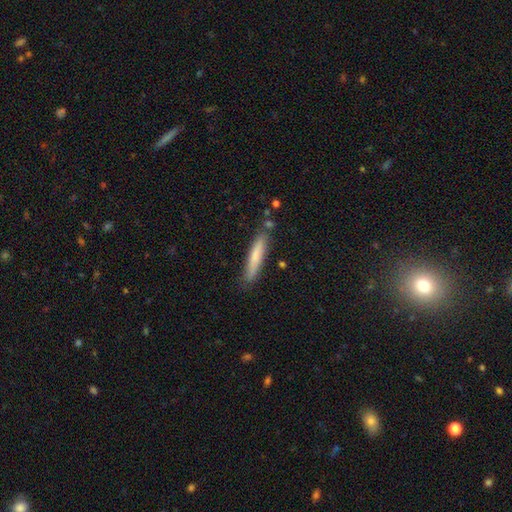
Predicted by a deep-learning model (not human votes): Smooth or featured? Predicted: smooth (p=0.72). How rounded? Predicted: cigar-shaped (p=0.91). Merging? Predicted: none (p=0.81).